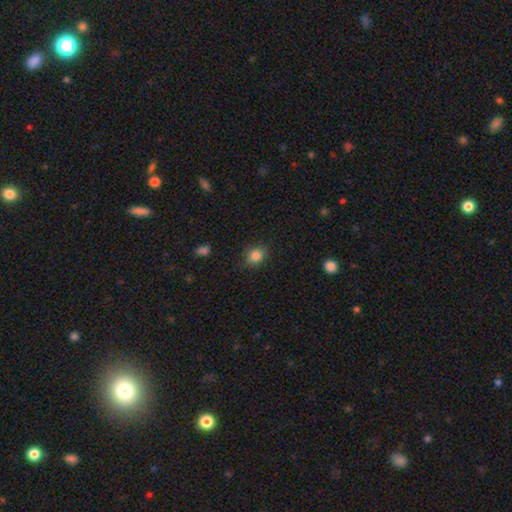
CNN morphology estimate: Smooth or featured? Predicted: smooth (p=0.84). How rounded? Predicted: round (p=0.62). Merging? Predicted: none (p=0.81).